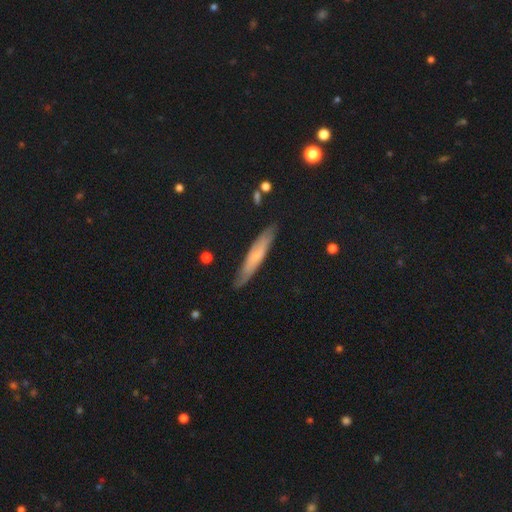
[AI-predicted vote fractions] Smooth or featured?
  - smooth: 48% *
  - featured or disk: 45%
  - star or artifact: 7%
Merging?
  - none: 83% *
  - minor disturbance: 13%
  - major disturbance: 2%
  - merger: 1%